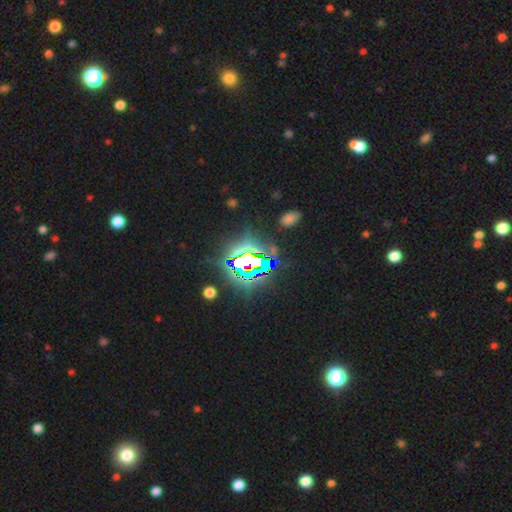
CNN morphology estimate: Smooth or featured? star or artifact (83%)